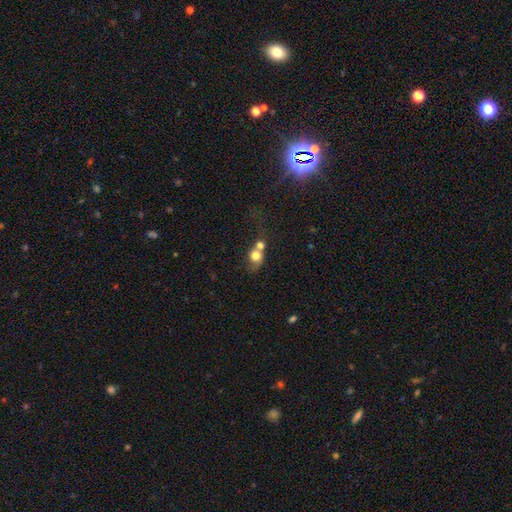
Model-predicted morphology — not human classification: A smooth galaxy with no disk features (71%) that is round (69%). Merging: merger (61%).